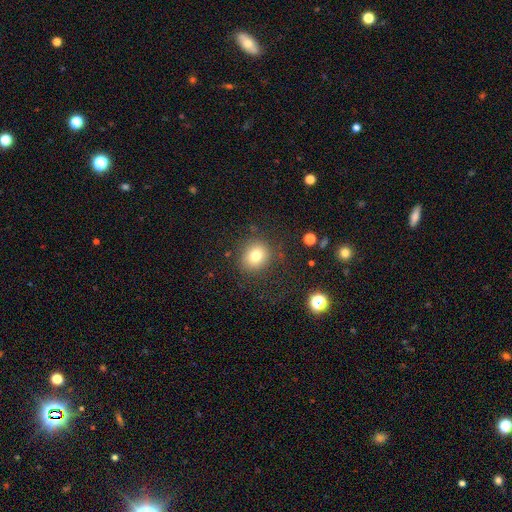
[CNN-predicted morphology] smooth 77%, star or artifact 13%, featured or disk 10%. Down the decision tree: how rounded — round (76%); merging — none (82%).